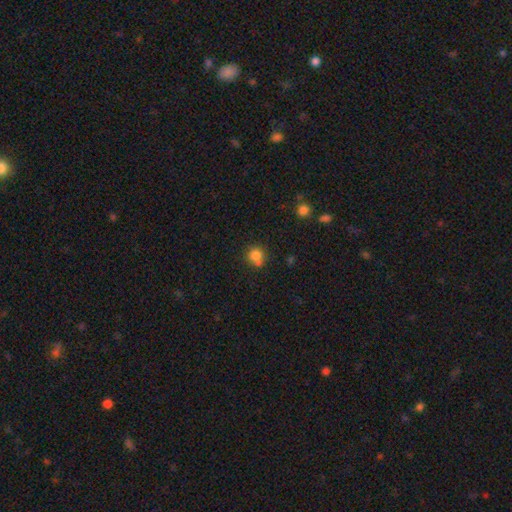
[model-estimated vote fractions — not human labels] The model was most divided on "merging": none: 57%, merger: 22%, minor disturbance: 16%, major disturbance: 5%. More confident: how rounded — round (84%); smooth or featured — smooth (80%).